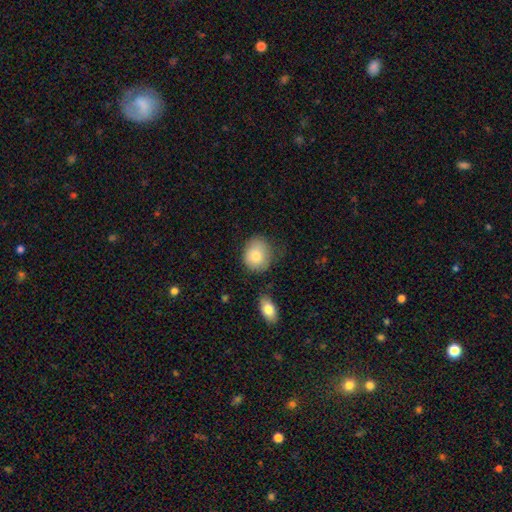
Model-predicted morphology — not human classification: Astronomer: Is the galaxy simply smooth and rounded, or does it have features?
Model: smooth — 81%.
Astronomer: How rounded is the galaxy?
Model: round — 67%.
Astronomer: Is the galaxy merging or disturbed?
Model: none — 67%.